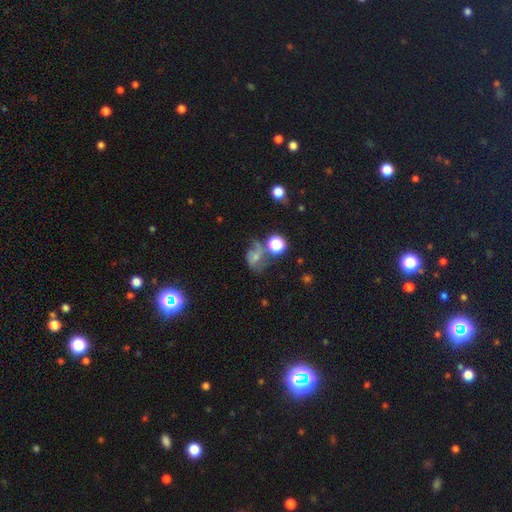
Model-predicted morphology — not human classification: A smooth galaxy with no disk features (42%). Merging: none (32%).